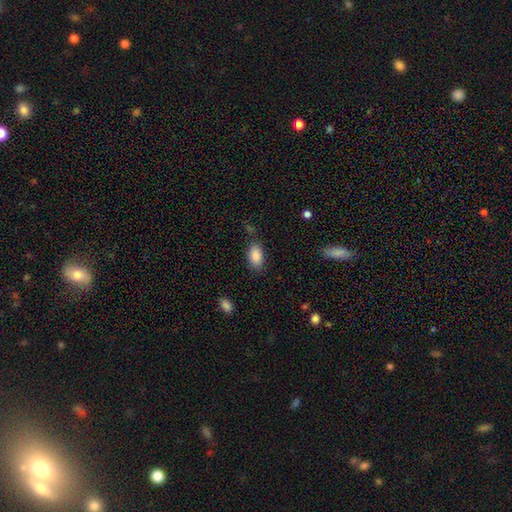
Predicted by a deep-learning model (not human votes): Smooth or featured? smooth (88%)
How rounded? in between (93%)
Merging? none (79%)